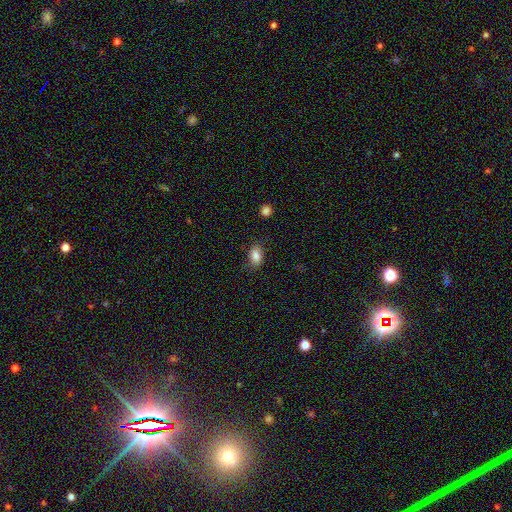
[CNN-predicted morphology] Smooth or featured? Predicted: smooth (p=0.85). How rounded? Predicted: in between (p=0.87). Merging? Predicted: none (p=0.79).